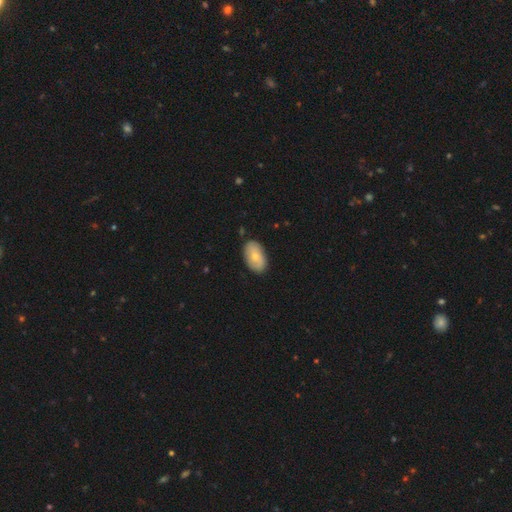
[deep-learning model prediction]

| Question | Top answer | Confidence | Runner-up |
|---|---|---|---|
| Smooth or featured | smooth | 69% | featured or disk (25%) |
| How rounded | in between | 93% | round (5%) |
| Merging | none | 84% | minor disturbance (12%) |